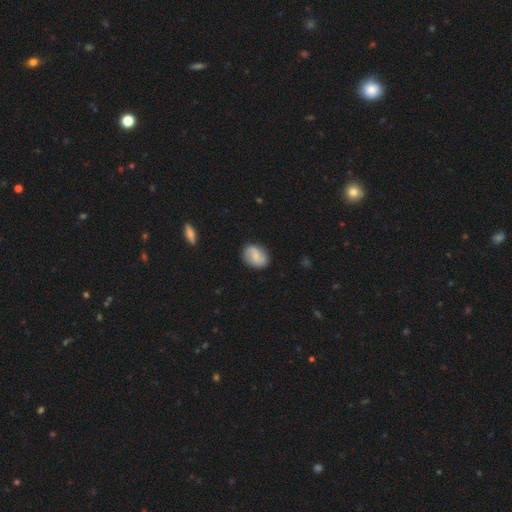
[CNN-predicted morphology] Overall: smooth (47%; featured or disk 46%). Merging: none (81%).